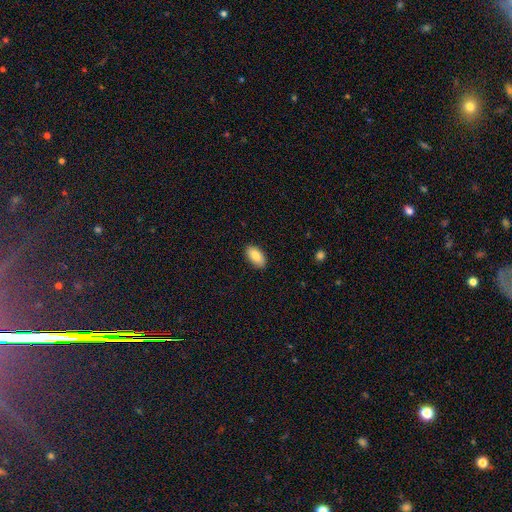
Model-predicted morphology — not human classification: Overall: smooth (86%). How rounded: in between (94%). Merging: none (88%).